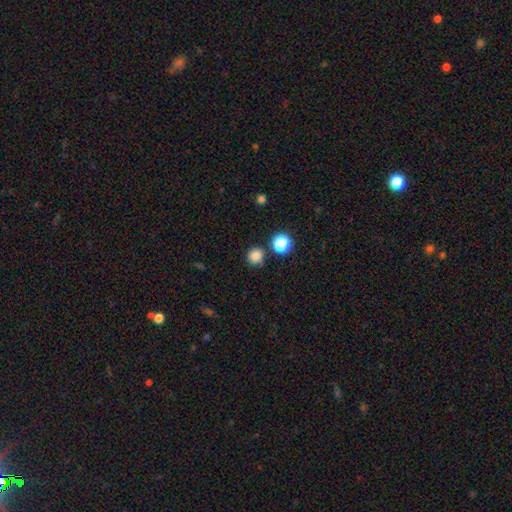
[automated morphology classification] smooth_or_featured: smooth (p=0.82) [alt: star or artifact p=0.14]
how_rounded: round (p=0.93) [alt: in between p=0.06]
merging: none (p=0.84) [alt: minor disturbance p=0.08]